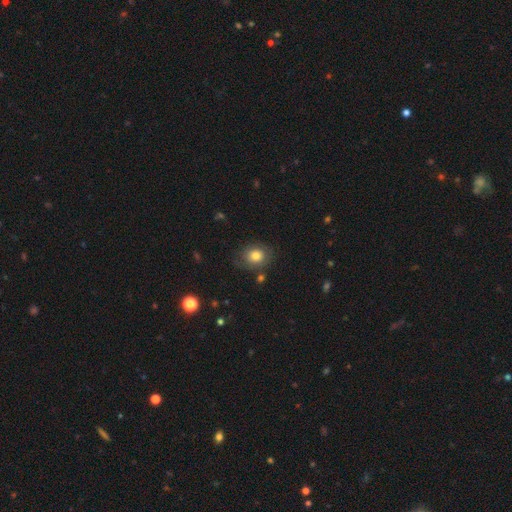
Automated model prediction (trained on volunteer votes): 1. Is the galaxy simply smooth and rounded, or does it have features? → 74% smooth, 15% featured or disk, 11% star or artifact.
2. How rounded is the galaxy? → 67% round, 32% in between, 1% cigar-shaped.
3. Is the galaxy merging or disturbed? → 75% none, 16% minor disturbance, 6% major disturbance, 3% merger.